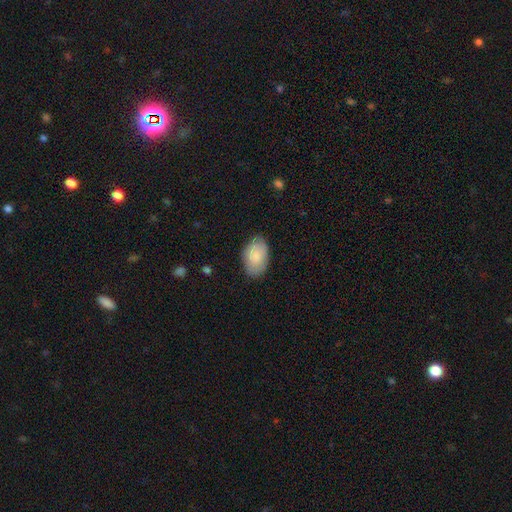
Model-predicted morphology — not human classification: smooth 83%, featured or disk 11%, star or artifact 6%. Down the decision tree: how rounded — in between (92%); merging — none (80%).